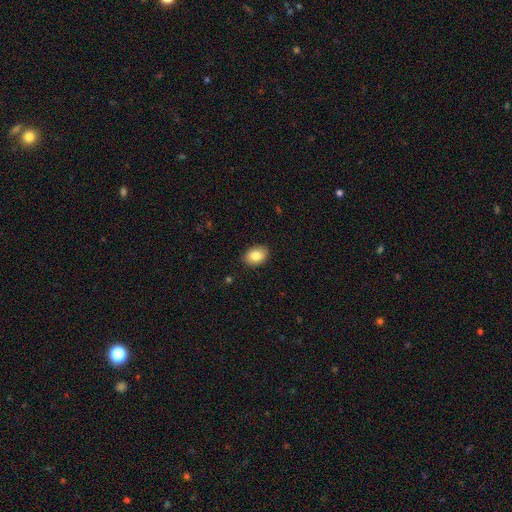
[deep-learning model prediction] Smooth or featured? Predicted: smooth (p=0.83). How rounded? Predicted: in between (p=0.78). Merging? Predicted: none (p=0.88).